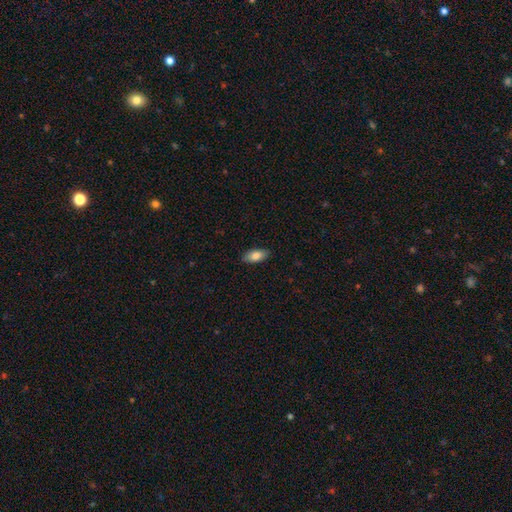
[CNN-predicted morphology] A smooth galaxy with no disk features (83%) that is in between round and cigar-shaped (89%). Merging: none (88%).